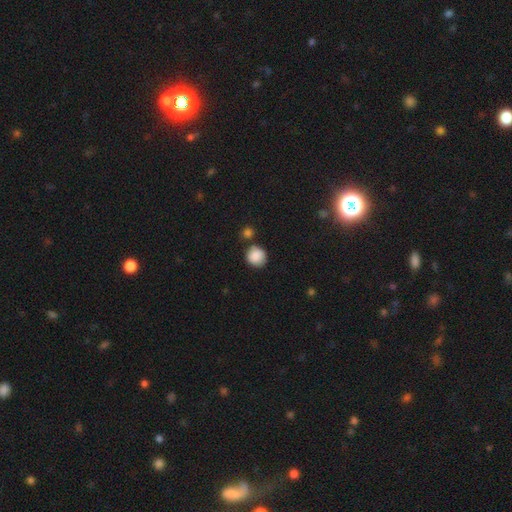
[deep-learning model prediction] A smooth galaxy with no disk features (87%) that is round (90%).

Vote fractions:
- Smooth or featured? smooth: 87% / star or artifact: 8% / featured or disk: 5%
- How rounded? round: 90% / in between: 9% / cigar-shaped: 1%
- Merging? none: 71% / minor disturbance: 13% / merger: 12% / major disturbance: 4%